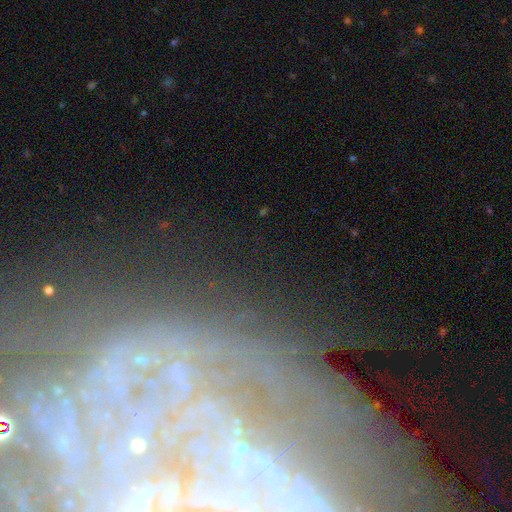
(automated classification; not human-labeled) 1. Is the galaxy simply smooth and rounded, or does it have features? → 65% featured or disk, 21% star or artifact, 14% smooth.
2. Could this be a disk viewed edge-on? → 89% no, 11% yes.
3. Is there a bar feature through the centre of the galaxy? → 50% no, 25% weak, 25% strong.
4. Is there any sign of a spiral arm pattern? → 79% yes, 21% no.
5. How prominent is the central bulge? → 53% small, 26% moderate, 10% none, 6% large, 4% dominant.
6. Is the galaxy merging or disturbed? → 74% none, 13% minor disturbance, 8% major disturbance, 4% merger.